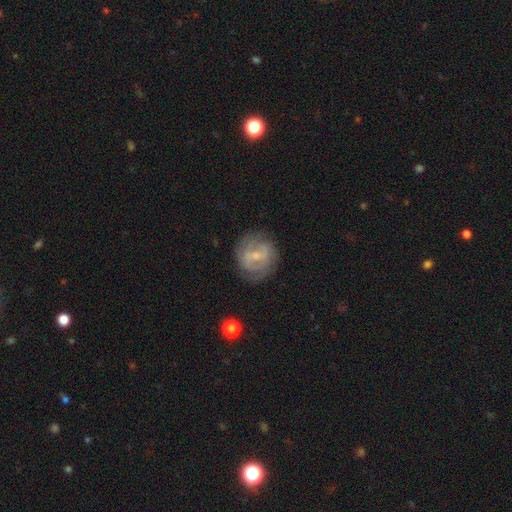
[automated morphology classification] type=featured or disk (67%); edge-on=no (96%); bar=weak (51%); spiral arms=yes (71%); bulge=small (60%); merging=none (73%).